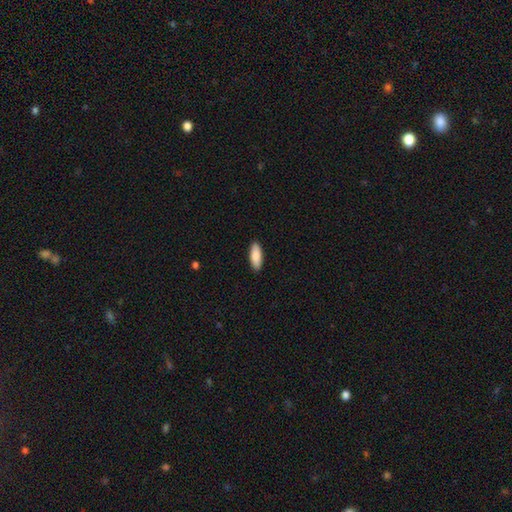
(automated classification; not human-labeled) Smooth or featured?
  - smooth: 87% *
  - featured or disk: 8%
  - star or artifact: 5%
How rounded?
  - in between: 70% *
  - cigar-shaped: 29%
  - round: 2%
Merging?
  - none: 90% *
  - minor disturbance: 8%
  - major disturbance: 2%
  - merger: 1%